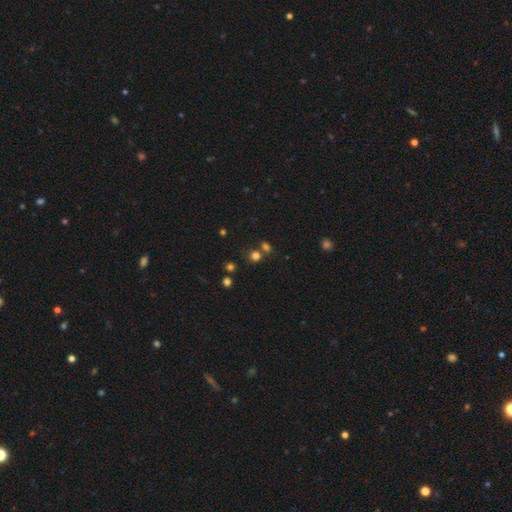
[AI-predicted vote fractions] This appears to be a smooth galaxy with no disk features (70%) that is round (83%). Merging: none (67%).